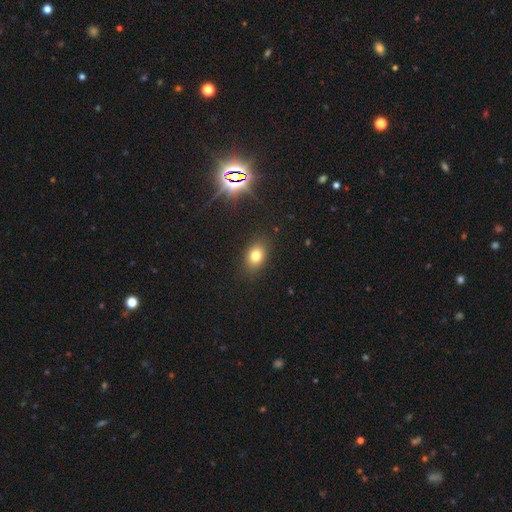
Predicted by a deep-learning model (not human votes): Smooth or featured?
  - smooth: 77% *
  - star or artifact: 14%
  - featured or disk: 9%
How rounded?
  - in between: 73% *
  - round: 25%
  - cigar-shaped: 2%
Merging?
  - none: 86% *
  - minor disturbance: 10%
  - major disturbance: 3%
  - merger: 1%